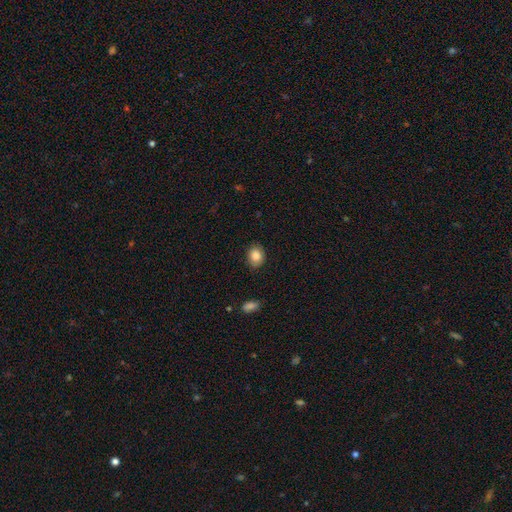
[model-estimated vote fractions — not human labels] The model was most divided on "how rounded": in between: 53%, round: 46%, cigar-shaped: 1%. More confident: merging — none (85%); smooth or featured — smooth (85%).